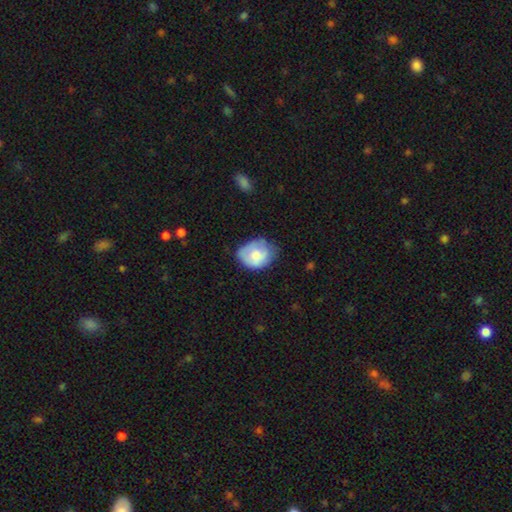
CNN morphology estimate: smooth-or-featured: smooth: 67% | featured or disk: 27% | star or artifact: 7%
  how-rounded: in between: 57% | round: 42% | cigar-shaped: 1%
  merging: none: 51% | minor disturbance: 36% | major disturbance: 11% | merger: 2%